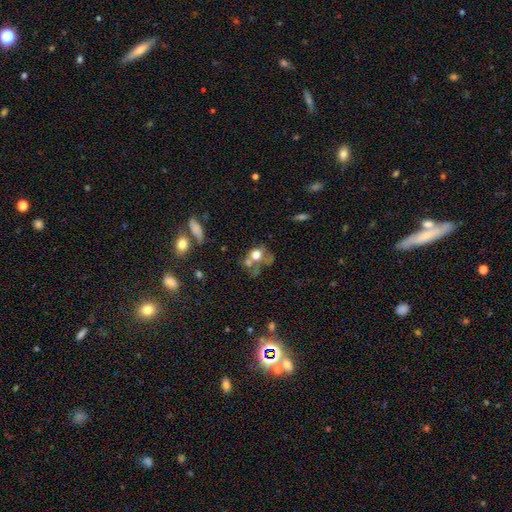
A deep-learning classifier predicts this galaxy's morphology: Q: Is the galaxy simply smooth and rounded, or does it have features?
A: smooth — 59%.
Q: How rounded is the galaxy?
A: round — 55%.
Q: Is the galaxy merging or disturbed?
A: merger — 41%.